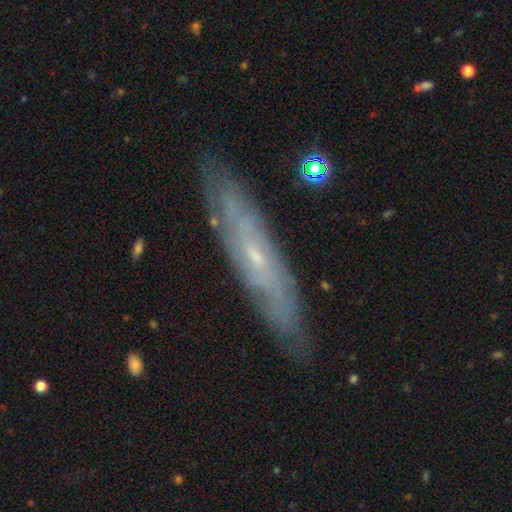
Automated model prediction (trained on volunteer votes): Smooth or featured? featured or disk (73%)
Edge-on disk? no (51%)
Merging? none (84%)